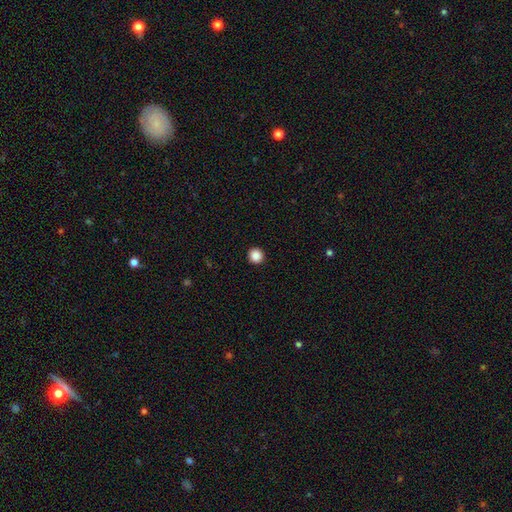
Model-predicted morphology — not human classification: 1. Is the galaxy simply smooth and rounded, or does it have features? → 87% smooth, 10% star or artifact, 3% featured or disk.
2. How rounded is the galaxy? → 95% round, 4% in between, 1% cigar-shaped.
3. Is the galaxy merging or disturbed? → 94% none, 4% minor disturbance, 1% major disturbance, 1% merger.